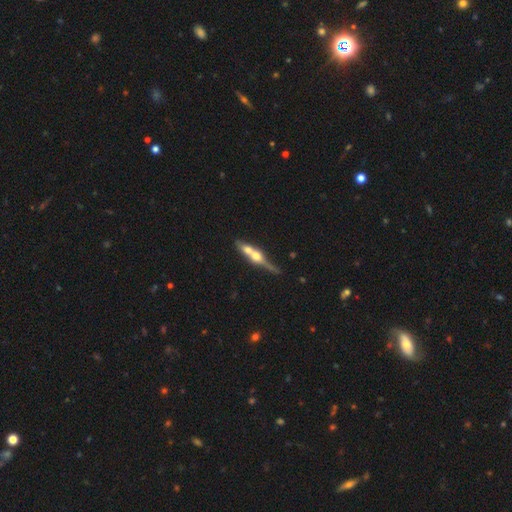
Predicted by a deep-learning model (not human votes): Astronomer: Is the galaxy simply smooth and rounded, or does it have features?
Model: featured or disk — 61%.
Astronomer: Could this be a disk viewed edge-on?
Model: yes — 83%.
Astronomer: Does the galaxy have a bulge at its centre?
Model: rounded — 91%.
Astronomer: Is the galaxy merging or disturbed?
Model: merger — 53% (runner-up: none, 31%).